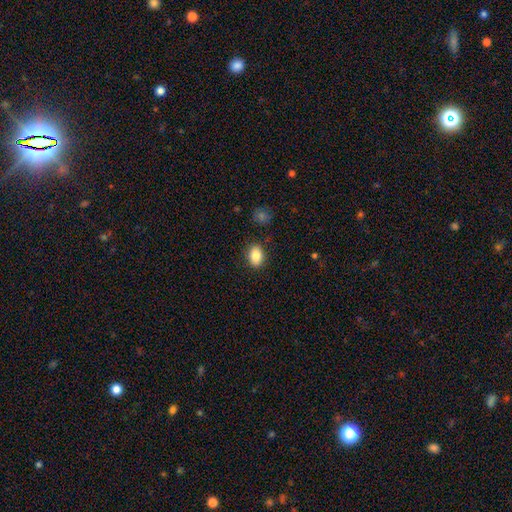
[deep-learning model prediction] smooth 85%, star or artifact 8%, featured or disk 7%. Down the decision tree: how rounded — in between (79%); merging — none (86%).